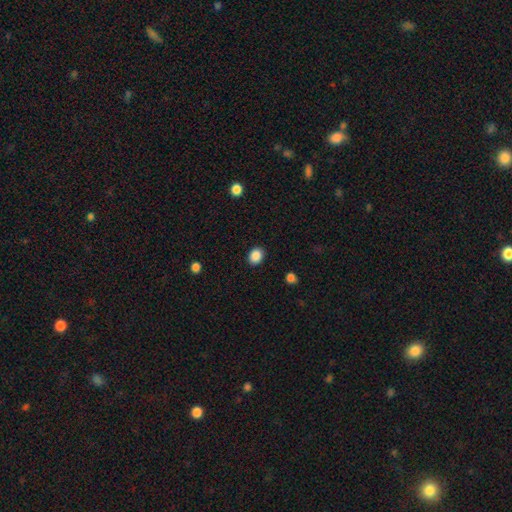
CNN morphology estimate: Smooth or featured?
  - smooth: 88% *
  - star or artifact: 9%
  - featured or disk: 3%
How rounded?
  - round: 54% *
  - in between: 45%
  - cigar-shaped: 1%
Merging?
  - none: 89% *
  - minor disturbance: 7%
  - major disturbance: 2%
  - merger: 1%